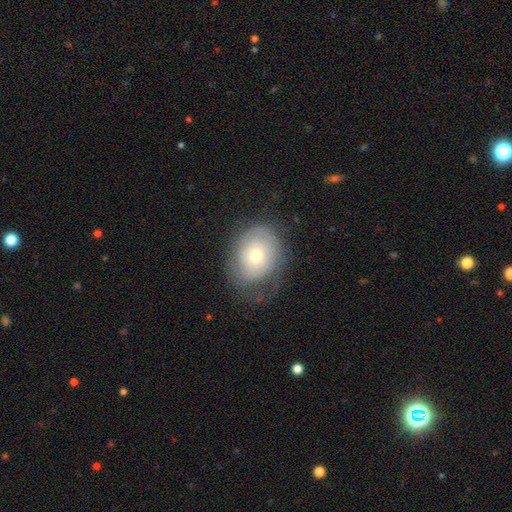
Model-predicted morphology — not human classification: This appears to be a featured or disk galaxy (50%). Merging: none (58%).